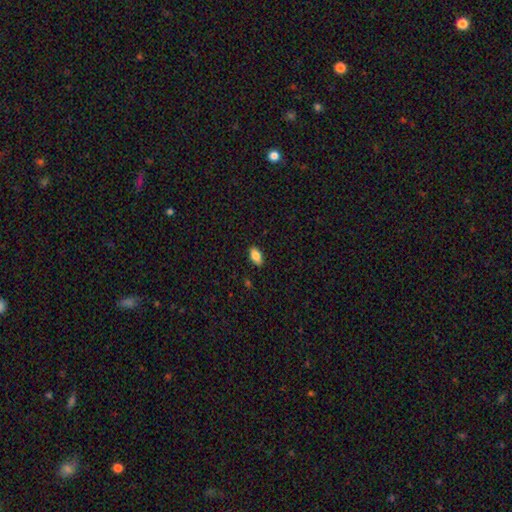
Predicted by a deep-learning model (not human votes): Smooth or featured? smooth (85%)
How rounded? in between (91%)
Merging? none (88%)